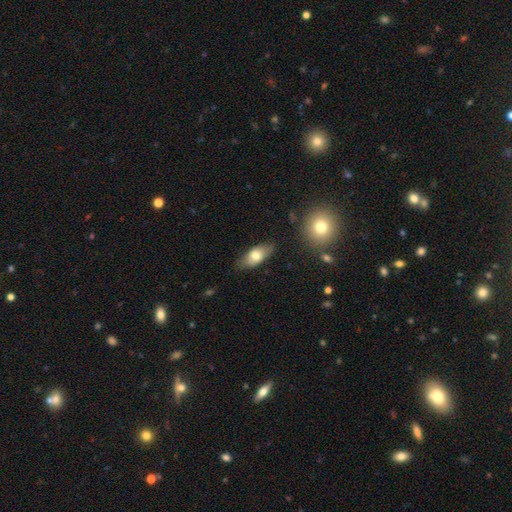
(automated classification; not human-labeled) This is likely a smooth galaxy (70%). How rounded: clearly in between (83%). Merging: likely none (79%).